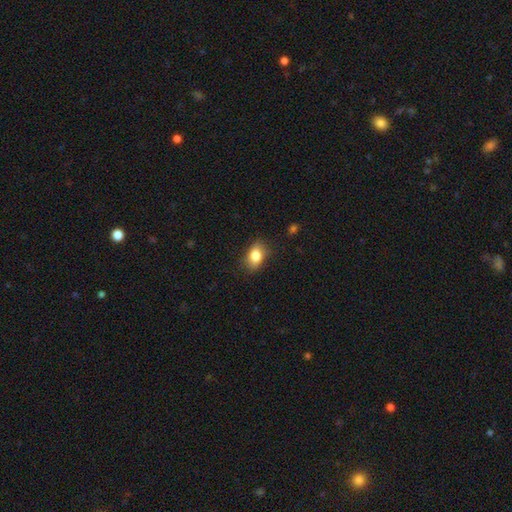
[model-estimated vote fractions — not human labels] Morphology: type=smooth (82%); roundness=in between (80%); merging=none (77%).